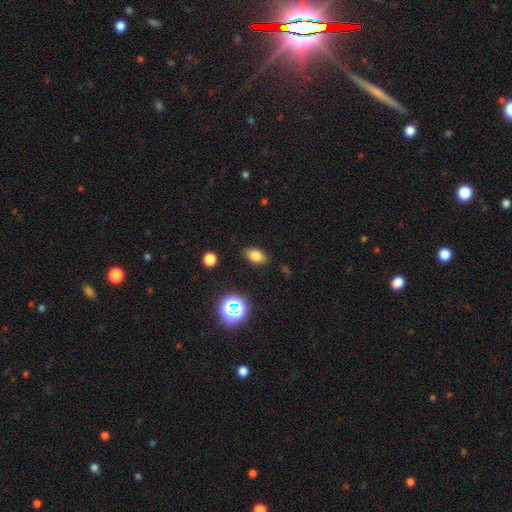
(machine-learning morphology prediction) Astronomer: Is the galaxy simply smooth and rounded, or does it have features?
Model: smooth — 77%.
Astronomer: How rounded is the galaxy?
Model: in between — 86%.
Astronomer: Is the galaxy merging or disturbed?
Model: none — 85%.